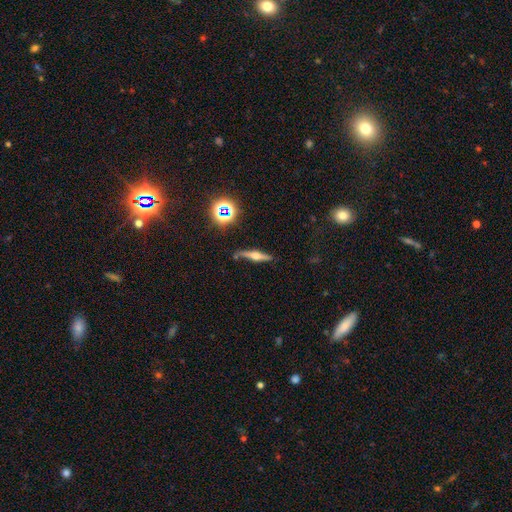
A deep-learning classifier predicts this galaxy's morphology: featured or disk 62%, smooth 26%, star or artifact 11%. Down the decision tree: edge-on disk — yes (94%); edge-on bulge — rounded (91%); merging — none (80%).